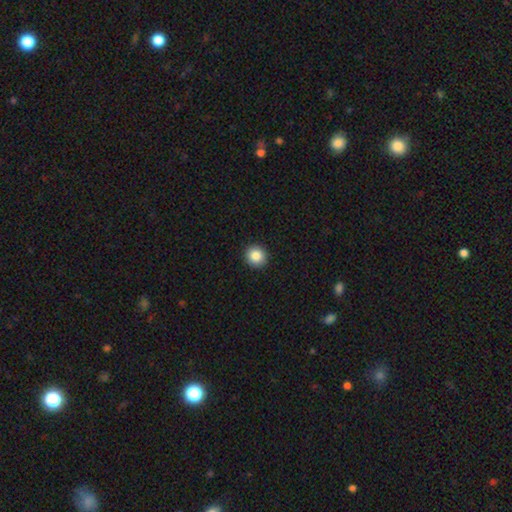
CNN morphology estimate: smooth-or-featured: smooth: 85% | star or artifact: 9% | featured or disk: 5%
  how-rounded: round: 94% | in between: 5% | cigar-shaped: 1%
  merging: none: 93% | minor disturbance: 5% | major disturbance: 1% | merger: 1%